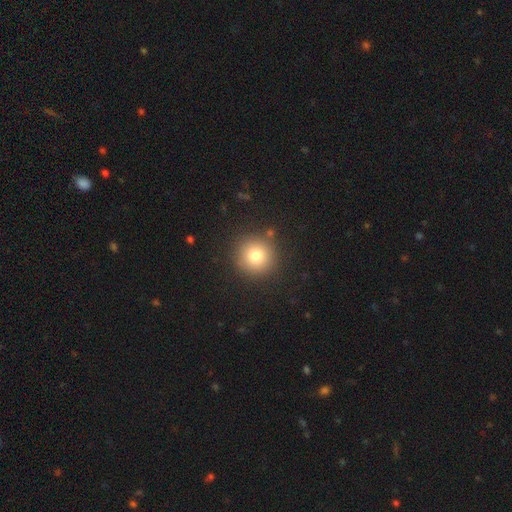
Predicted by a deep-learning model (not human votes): A smooth galaxy with no disk features (79%) that is round (94%).

Vote fractions:
- Smooth or featured? smooth: 79% / star or artifact: 12% / featured or disk: 9%
- How rounded? round: 94% / in between: 5% / cigar-shaped: 1%
- Merging? none: 88% / minor disturbance: 7% / major disturbance: 3% / merger: 2%